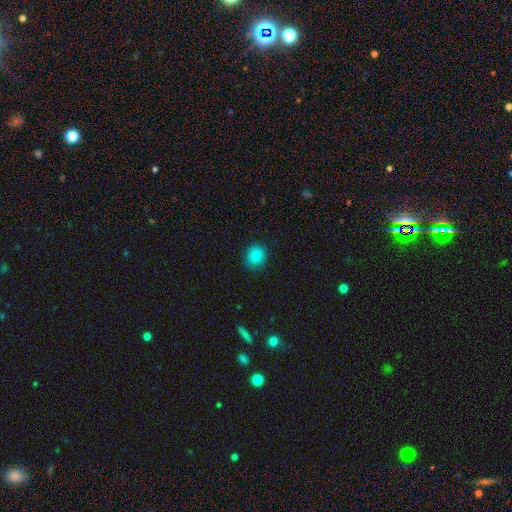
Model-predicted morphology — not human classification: A smooth galaxy with no disk features (86%) that is round (76%).

Vote fractions:
- Smooth or featured? smooth: 86% / star or artifact: 10% / featured or disk: 4%
- How rounded? round: 76% / in between: 23% / cigar-shaped: 1%
- Merging? none: 87% / minor disturbance: 10% / major disturbance: 2% / merger: 1%